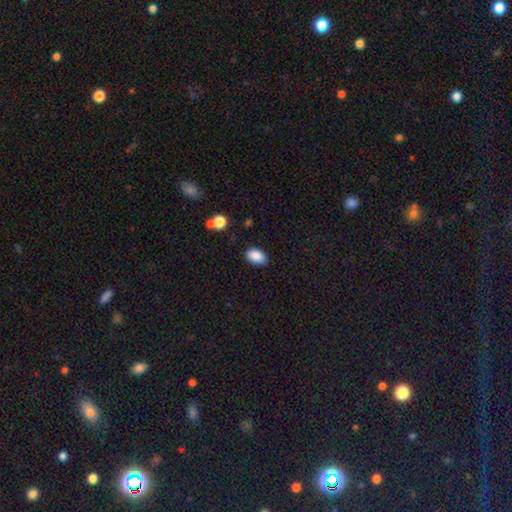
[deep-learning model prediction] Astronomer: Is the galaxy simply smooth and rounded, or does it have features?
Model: smooth — 88%.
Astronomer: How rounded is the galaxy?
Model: in between — 90%.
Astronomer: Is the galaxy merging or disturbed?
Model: none — 84%.